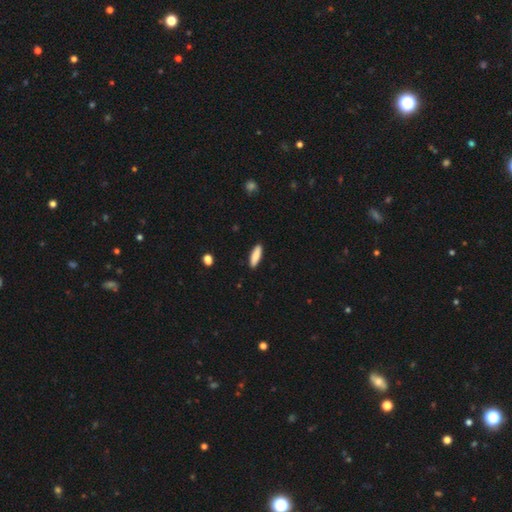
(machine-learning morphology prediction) Smooth or featured: smooth — 86% (featured or disk — 9%)
How rounded: cigar-shaped — 59% (in between — 39%)
Merging: none — 90% (minor disturbance — 7%)